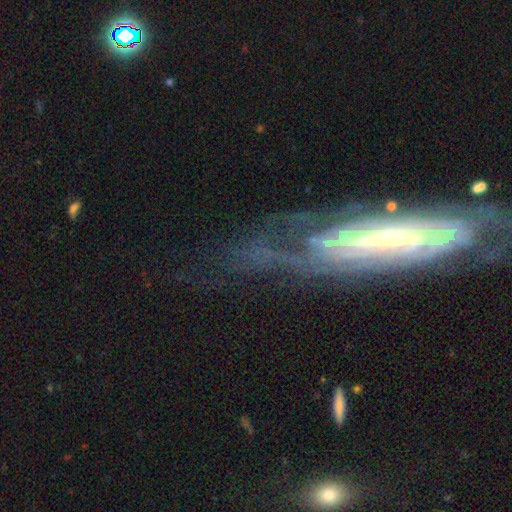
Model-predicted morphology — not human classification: The model was most divided on "bar": no: 42%, weak: 31%, strong: 27%. Remaining: spiral arms — yes (79%); edge-on disk — no (77%); smooth or featured — featured or disk (73%); merging — none (53%); bulge size — small (42%).